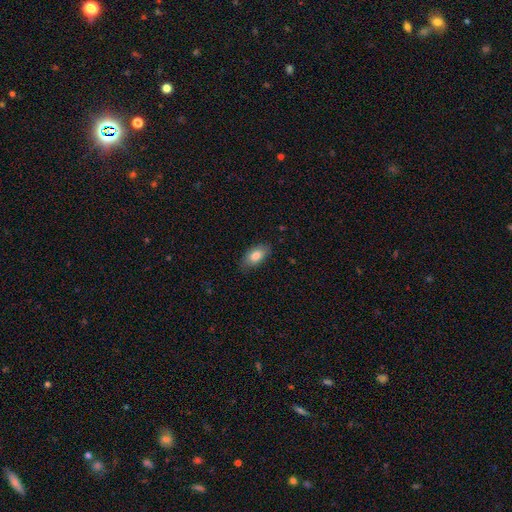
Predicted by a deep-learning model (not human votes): A smooth galaxy with no disk features (82%) that is in between round and cigar-shaped (91%). Merging: none (81%).